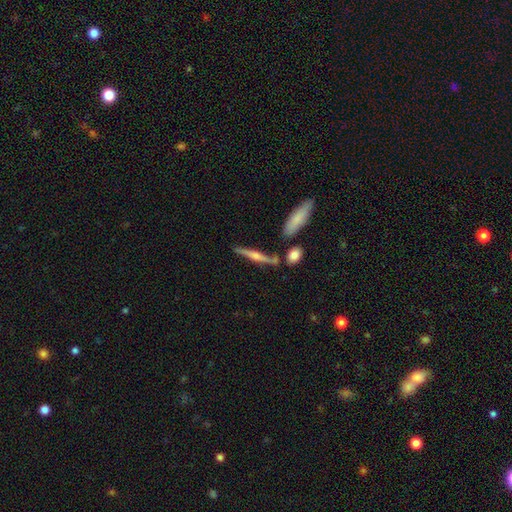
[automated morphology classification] featured or disk 68%, smooth 23%, star or artifact 8%. Down the decision tree: edge-on disk — yes (96%); edge-on bulge — rounded (83%); merging — none (78%).